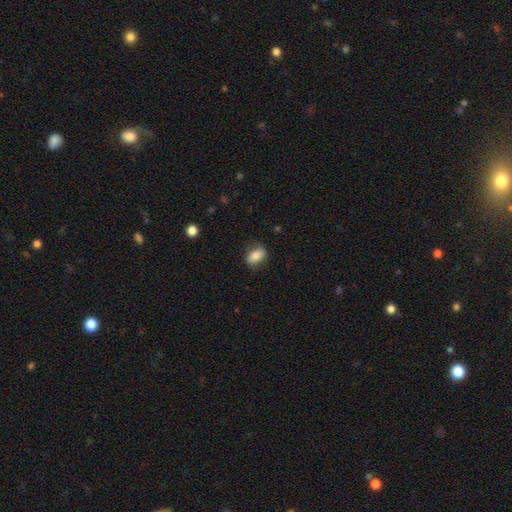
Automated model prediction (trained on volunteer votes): A smooth galaxy with no disk features (81%) that is in between round and cigar-shaped (85%). Merging: none (74%).